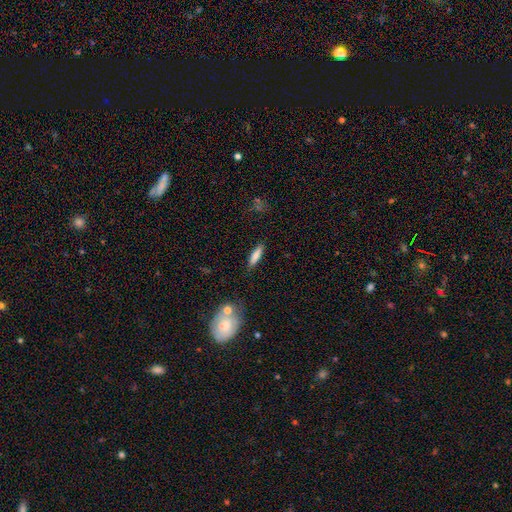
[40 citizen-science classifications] Smooth or featured? smooth (78%)
How rounded? cigar-shaped (77%)
Merging? none (80%)